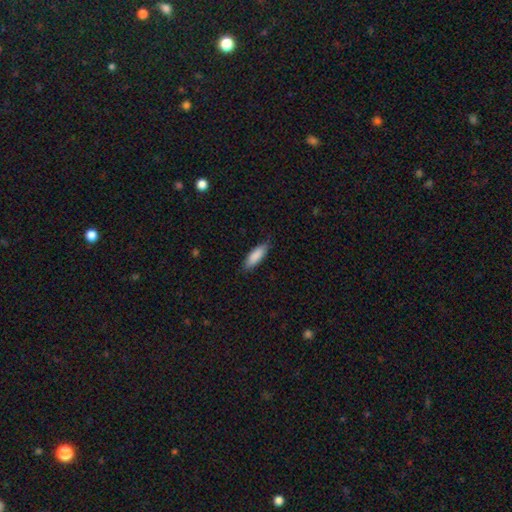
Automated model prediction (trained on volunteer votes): Smooth or featured?
  - smooth: 88% *
  - featured or disk: 7%
  - star or artifact: 6%
How rounded?
  - in between: 59% *
  - cigar-shaped: 39%
  - round: 2%
Merging?
  - none: 81% *
  - minor disturbance: 16%
  - major disturbance: 2%
  - merger: 1%